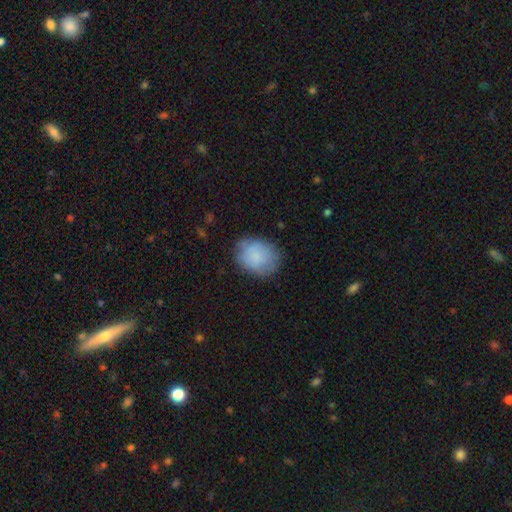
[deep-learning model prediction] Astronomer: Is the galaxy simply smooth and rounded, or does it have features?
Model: smooth — 78%.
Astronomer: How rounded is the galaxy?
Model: in between — 56% (runner-up: round, 43%).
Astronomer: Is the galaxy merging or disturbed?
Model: none — 70%.